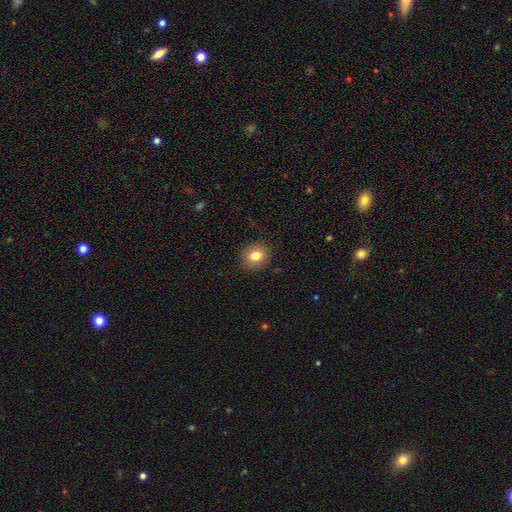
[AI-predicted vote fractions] smooth-or-featured: smooth: 82% | star or artifact: 10% | featured or disk: 8%
  how-rounded: round: 70% | in between: 29% | cigar-shaped: 1%
  merging: none: 90% | minor disturbance: 7% | major disturbance: 2% | merger: 1%